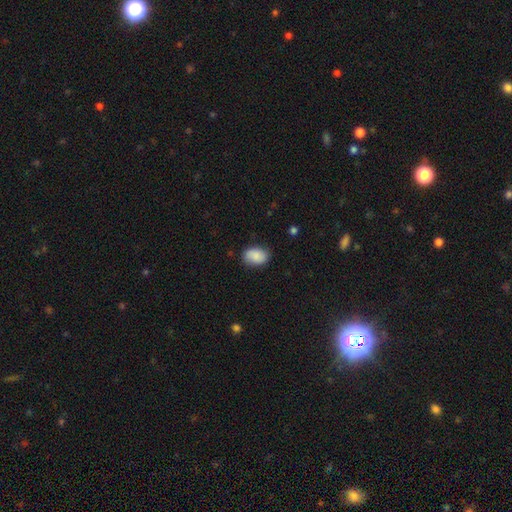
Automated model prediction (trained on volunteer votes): Smooth or featured: smooth — 83% (featured or disk — 10%)
How rounded: in between — 81% (round — 17%)
Merging: none — 78% (minor disturbance — 18%)